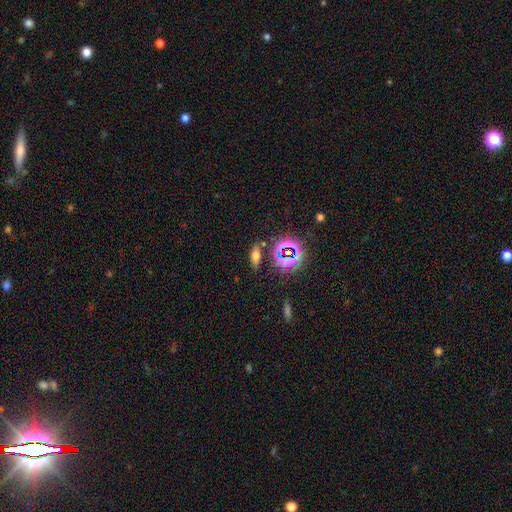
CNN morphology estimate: Smooth or featured? Predicted: smooth (p=0.56). How rounded? Predicted: in between (p=0.71). Merging? Predicted: none (p=0.80).